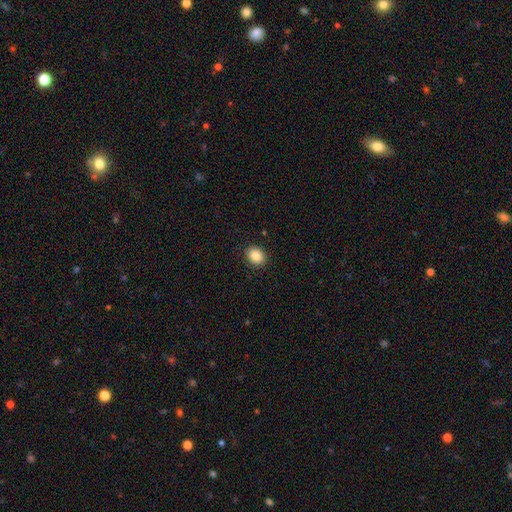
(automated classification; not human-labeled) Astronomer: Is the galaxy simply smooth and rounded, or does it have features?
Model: smooth — 86%.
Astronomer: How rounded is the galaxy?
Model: round — 54% (runner-up: in between, 45%).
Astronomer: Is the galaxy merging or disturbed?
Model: none — 90%.